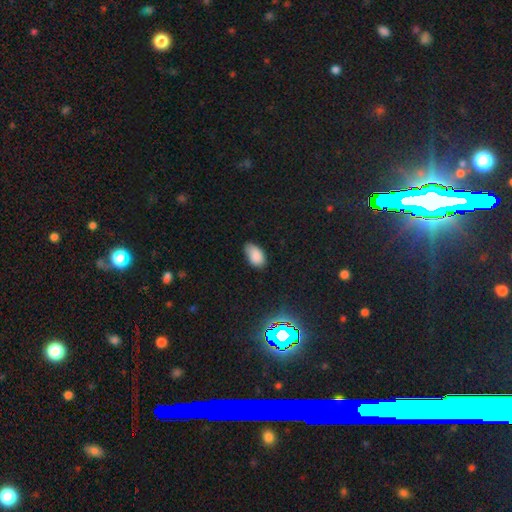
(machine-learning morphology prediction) Q: Smooth or featured?
A: smooth (84%); runner-up: star or artifact (11%)
Q: How rounded?
A: in between (93%); runner-up: round (6%)
Q: Merging?
A: none (68%); runner-up: minor disturbance (26%)